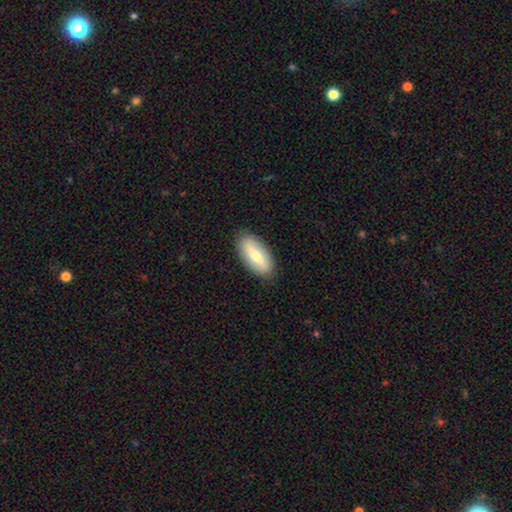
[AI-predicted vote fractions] smooth_or_featured: smooth (p=0.59) [alt: featured or disk p=0.35]
how_rounded: in between (p=0.86) [alt: cigar-shaped p=0.11]
merging: none (p=0.88) [alt: minor disturbance p=0.09]